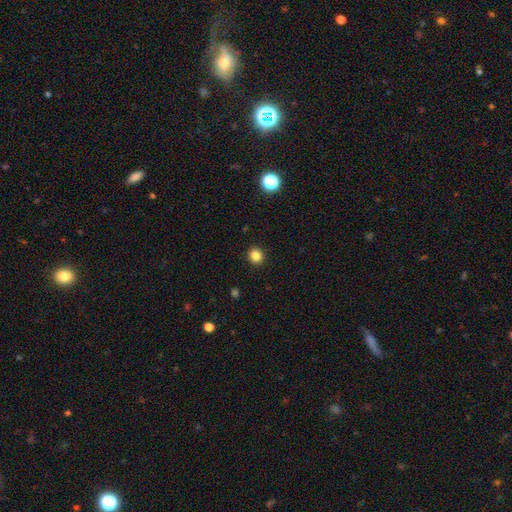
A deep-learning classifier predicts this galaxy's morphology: The model was most divided on "smooth or featured": smooth: 84%, star or artifact: 12%, featured or disk: 4%. More confident: merging — none (93%); how rounded — round (87%).